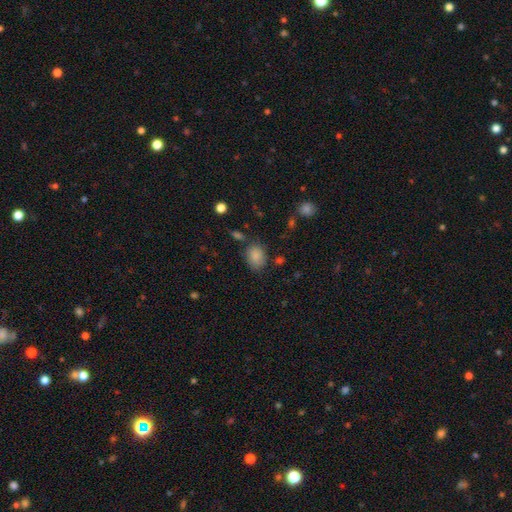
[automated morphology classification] type=smooth (85%); roundness=in between (63%); merging=none (72%).